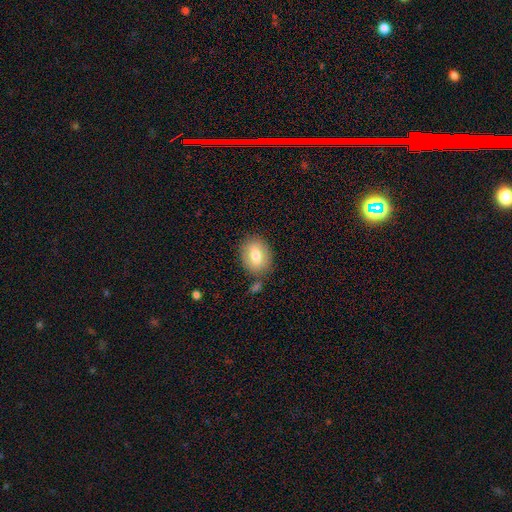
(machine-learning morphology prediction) Q: Smooth or featured?
A: smooth (70%); runner-up: featured or disk (22%)
Q: How rounded?
A: in between (61%); runner-up: round (38%)
Q: Merging?
A: none (77%); runner-up: minor disturbance (12%)